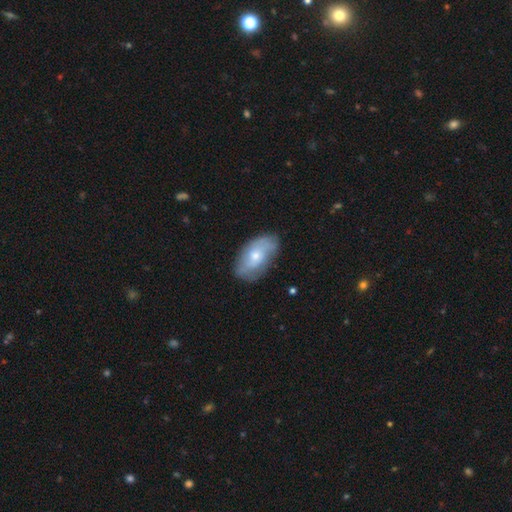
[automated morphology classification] Smooth or featured? smooth (48%)
Merging? none (71%)